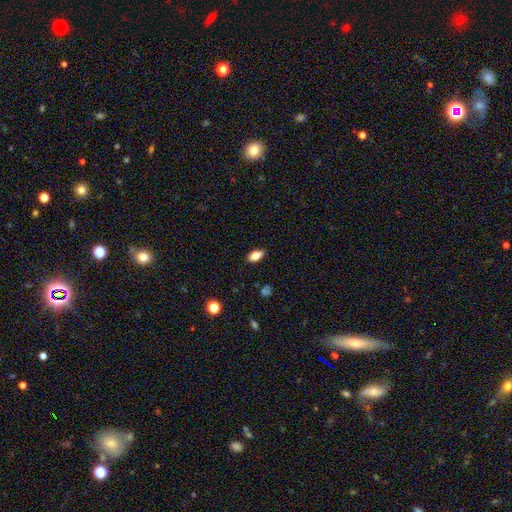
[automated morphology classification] A smooth galaxy with no disk features (76%) that is in between round and cigar-shaped (85%).

Vote fractions:
- Smooth or featured? smooth: 76% / featured or disk: 15% / star or artifact: 9%
- How rounded? in between: 85% / cigar-shaped: 10% / round: 5%
- Merging? none: 87% / minor disturbance: 10% / major disturbance: 2% / merger: 1%